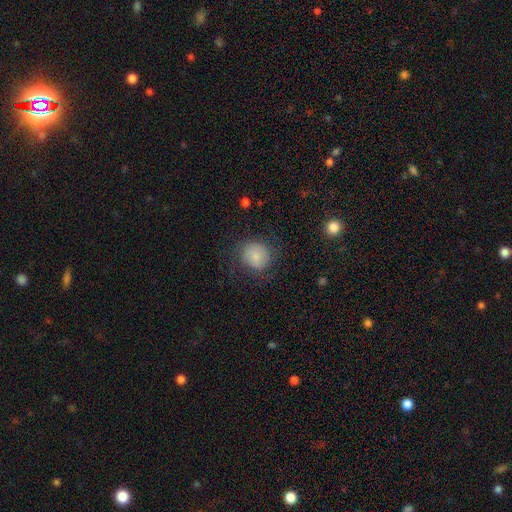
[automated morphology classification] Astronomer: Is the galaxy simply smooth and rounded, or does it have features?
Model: smooth — 78%.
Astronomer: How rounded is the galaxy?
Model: round — 81%.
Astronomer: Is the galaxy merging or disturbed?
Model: none — 71%.